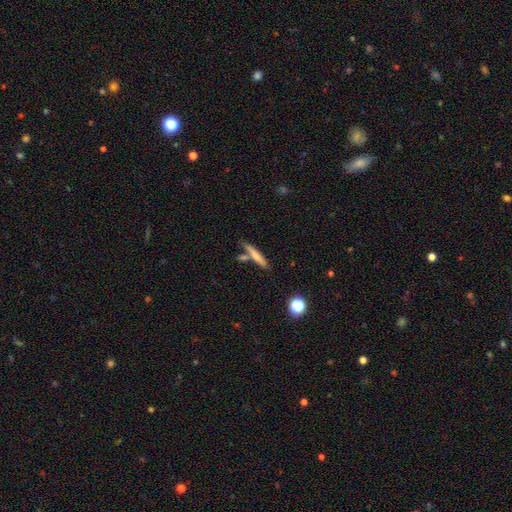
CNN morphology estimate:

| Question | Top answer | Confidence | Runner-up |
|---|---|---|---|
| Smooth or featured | smooth | 62% | featured or disk (30%) |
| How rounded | cigar-shaped | 89% | in between (8%) |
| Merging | none | 66% | merger (17%) |